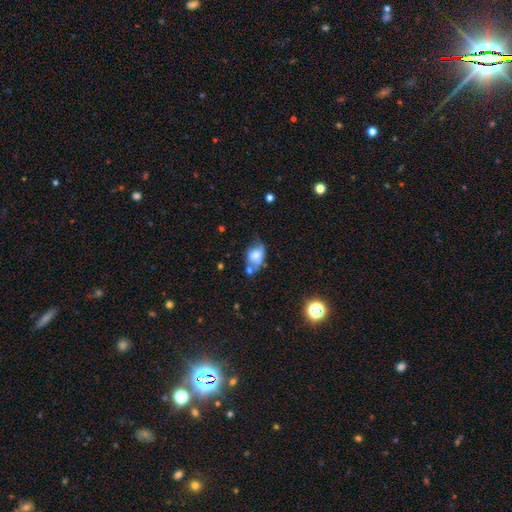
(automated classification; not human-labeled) A smooth galaxy with no disk features (65%) that is in between round and cigar-shaped (77%).

Vote fractions:
- Smooth or featured? smooth: 65% / featured or disk: 26% / star or artifact: 9%
- How rounded? in between: 77% / round: 21% / cigar-shaped: 2%
- Merging? none: 35% / minor disturbance: 30% / merger: 22% / major disturbance: 13%